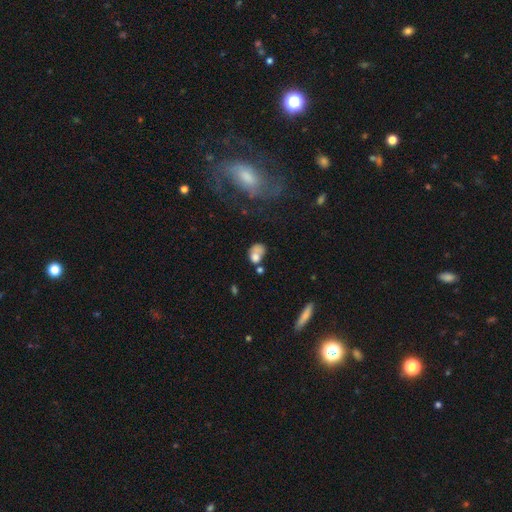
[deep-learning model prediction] Smooth or featured? Predicted: smooth (p=0.68). How rounded? Predicted: in between (p=0.63). Merging? Predicted: none (p=0.31).